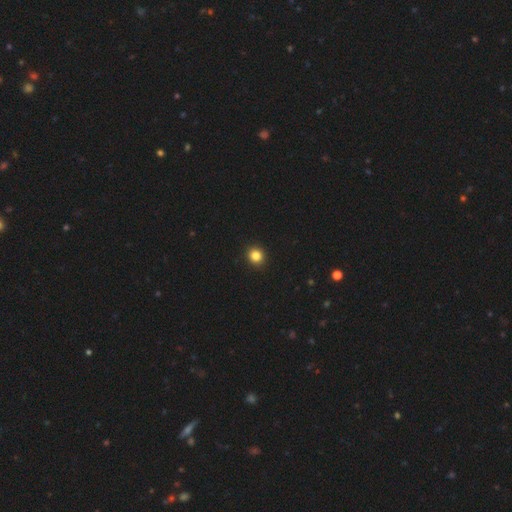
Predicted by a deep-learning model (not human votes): smooth-or-featured: smooth: 84% | star or artifact: 12% | featured or disk: 4%
  how-rounded: round: 88% | in between: 11% | cigar-shaped: 1%
  merging: none: 93% | minor disturbance: 5% | major disturbance: 1% | merger: 1%